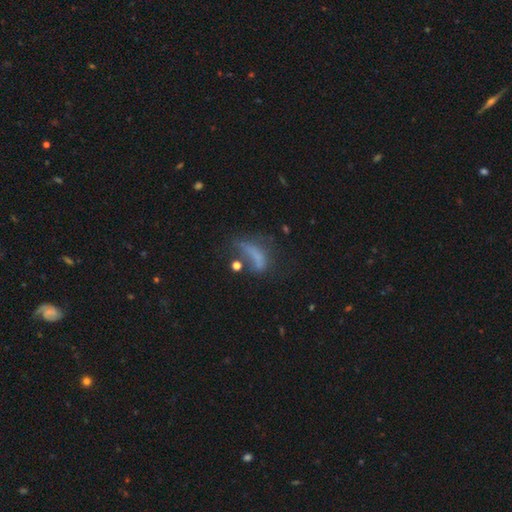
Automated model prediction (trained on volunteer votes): Smooth or featured? smooth (51%)
How rounded? in between (58%)
Merging? major disturbance (35%)